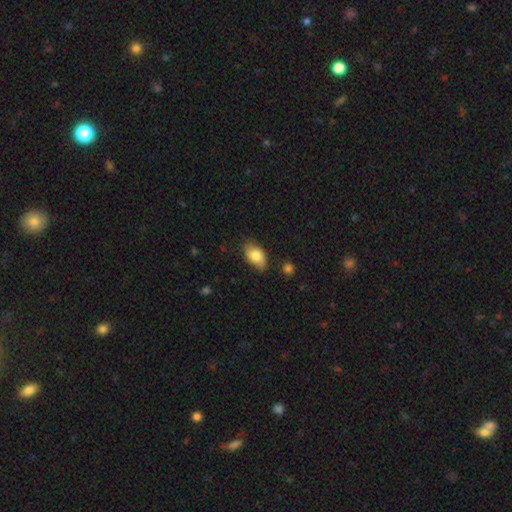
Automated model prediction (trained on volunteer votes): A smooth galaxy with no disk features (81%) that is in between round and cigar-shaped (89%).

Vote fractions:
- Smooth or featured? smooth: 81% / featured or disk: 11% / star or artifact: 7%
- How rounded? in between: 89% / round: 9% / cigar-shaped: 2%
- Merging? none: 68% / minor disturbance: 25% / major disturbance: 4% / merger: 2%